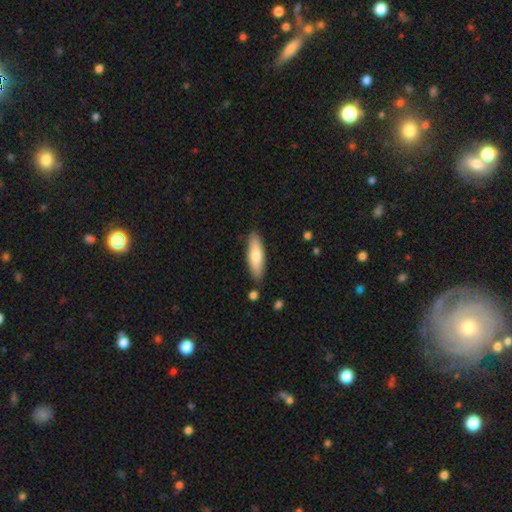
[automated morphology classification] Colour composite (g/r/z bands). It shows a smooth galaxy with no disk features (72%) that is in between round and cigar-shaped (49%, tied with cigar-shaped). Merging: none (85%).